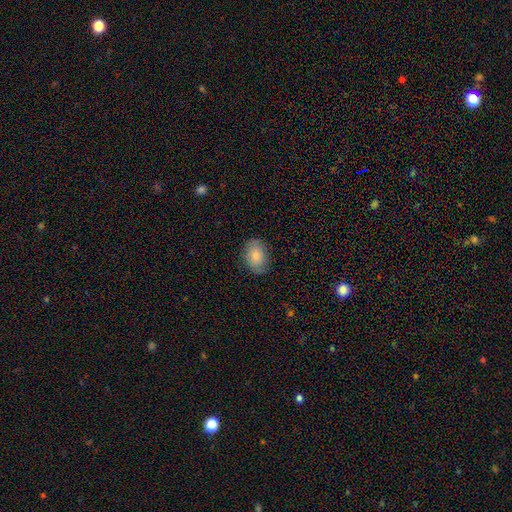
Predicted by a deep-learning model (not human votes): This is likely a smooth galaxy (80%). How rounded: likely in between (77%). Merging: clearly none (81%).